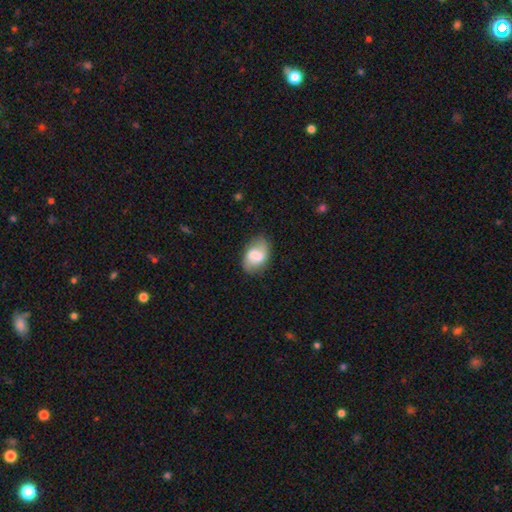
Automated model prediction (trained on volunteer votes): smooth-or-featured: smooth: 62% | featured or disk: 31% | star or artifact: 7%
  how-rounded: in between: 85% | round: 14% | cigar-shaped: 2%
  merging: none: 70% | minor disturbance: 21% | major disturbance: 6% | merger: 2%